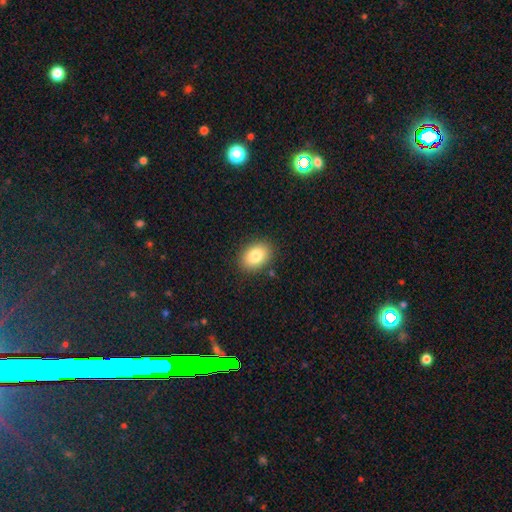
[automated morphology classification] A smooth galaxy with no disk features (83%) that is in between round and cigar-shaped (79%). Merging: none (87%).